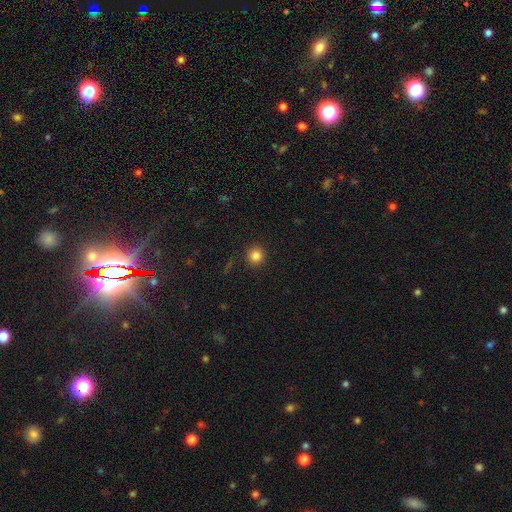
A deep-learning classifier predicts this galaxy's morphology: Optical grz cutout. It shows a smooth galaxy with no disk features (84%) that is round (93%). Merging: none (91%).